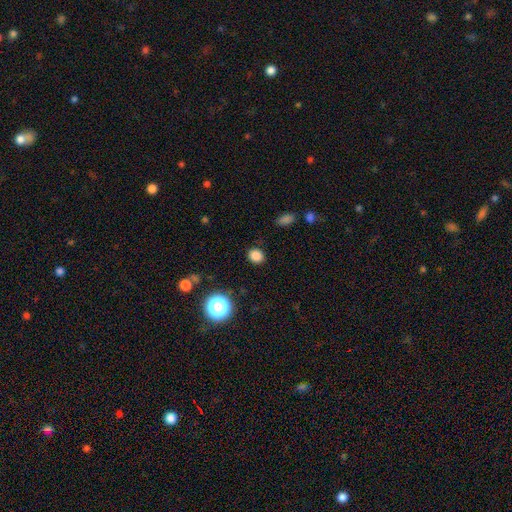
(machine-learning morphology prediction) The model was most divided on "how rounded": round: 75%, in between: 23%, cigar-shaped: 1%. More confident: merging — none (89%); smooth or featured — smooth (83%).